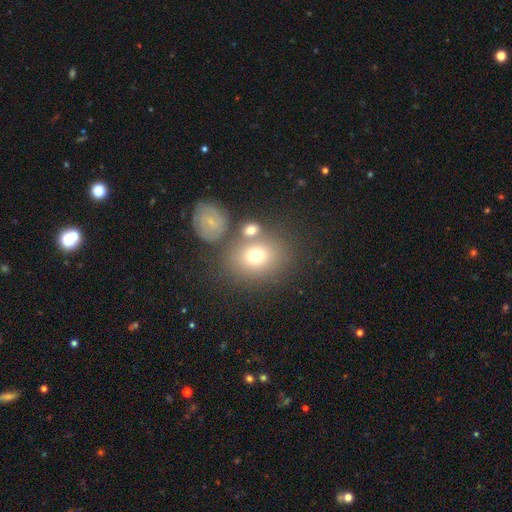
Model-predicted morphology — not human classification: Q: Smooth or featured?
A: smooth (69%); runner-up: featured or disk (19%)
Q: How rounded?
A: round (59%); runner-up: in between (40%)
Q: Merging?
A: none (62%); runner-up: merger (20%)